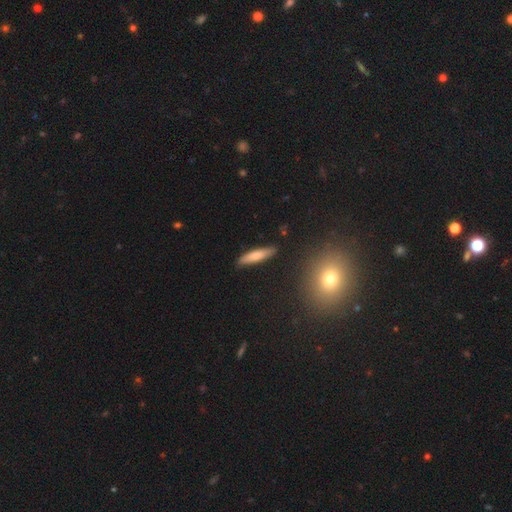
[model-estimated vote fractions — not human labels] smooth-or-featured: smooth: 68% | featured or disk: 26% | star or artifact: 6%
  how-rounded: cigar-shaped: 81% | in between: 17% | round: 2%
  merging: none: 86% | minor disturbance: 10% | major disturbance: 2% | merger: 2%